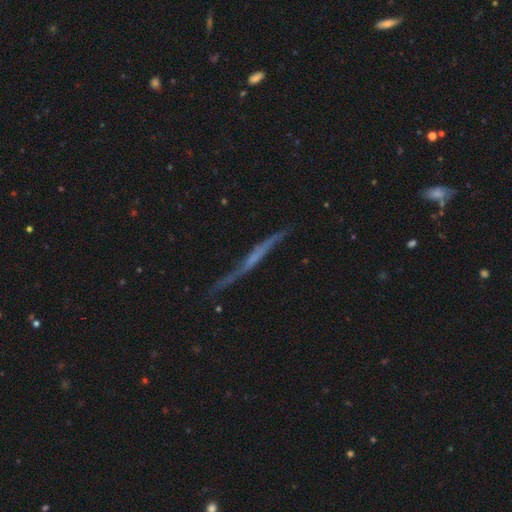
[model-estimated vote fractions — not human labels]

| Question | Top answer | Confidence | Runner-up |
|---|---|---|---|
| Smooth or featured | featured or disk | 66% | smooth (25%) |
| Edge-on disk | yes | 88% | no (12%) |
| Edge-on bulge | none | 75% | rounded (15%) |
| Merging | none | 66% | minor disturbance (22%) |